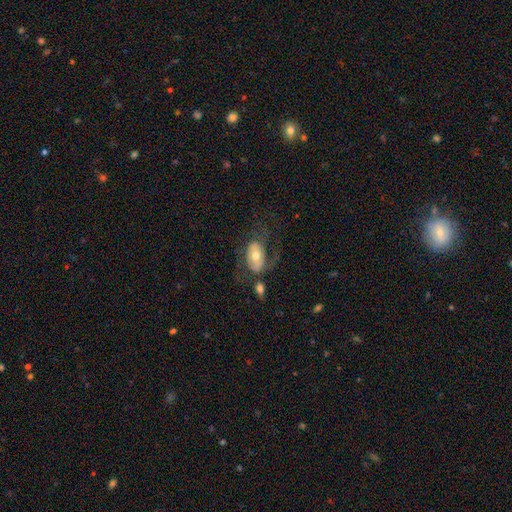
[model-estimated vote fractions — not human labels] featured or disk 50%, smooth 43%, star or artifact 7%. Down the decision tree: merging — none (47%).